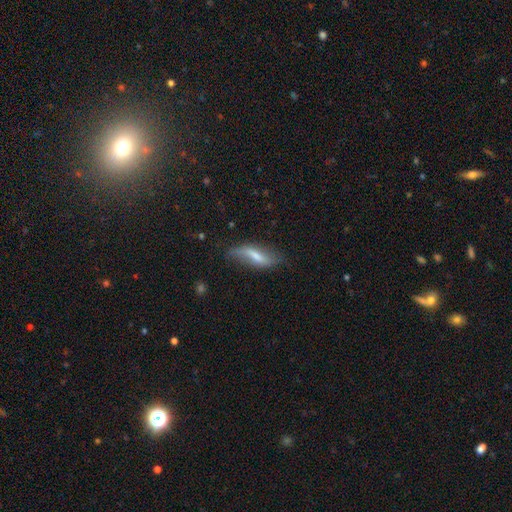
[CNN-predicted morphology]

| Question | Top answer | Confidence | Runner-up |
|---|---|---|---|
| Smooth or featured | smooth | 49% | featured or disk (43%) |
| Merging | none | 54% | minor disturbance (31%) |